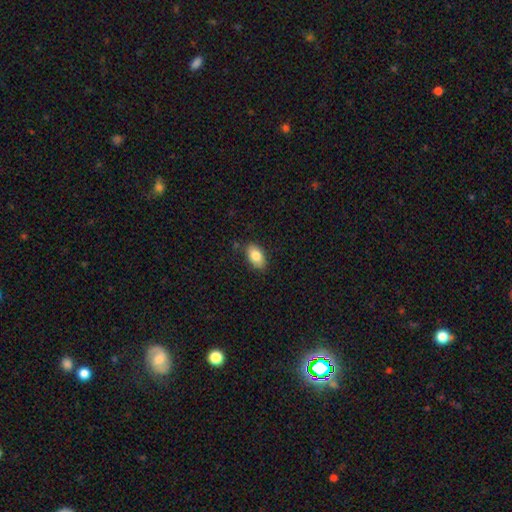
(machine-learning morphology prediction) This appears to be a smooth galaxy with no disk features (82%) that is in between round and cigar-shaped (92%). Merging: none (83%).